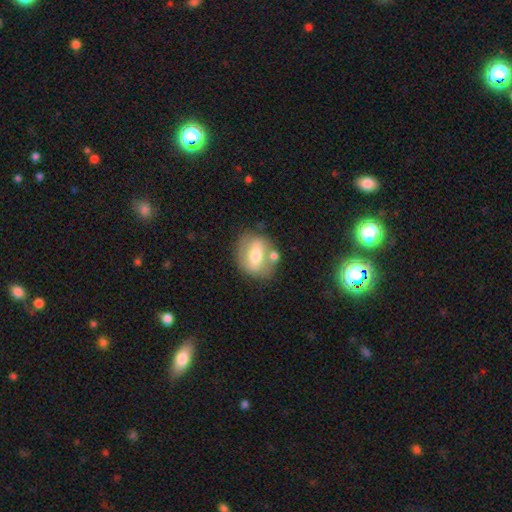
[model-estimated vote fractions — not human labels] smooth_or_featured: smooth (p=0.48) [alt: featured or disk p=0.45]
merging: none (p=0.66) [alt: minor disturbance p=0.15]